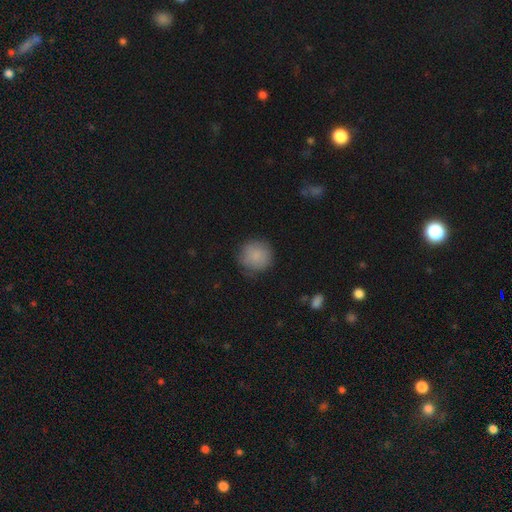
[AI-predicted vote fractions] This appears to be a smooth galaxy with no disk features (85%) that is round (93%). Merging: none (78%).